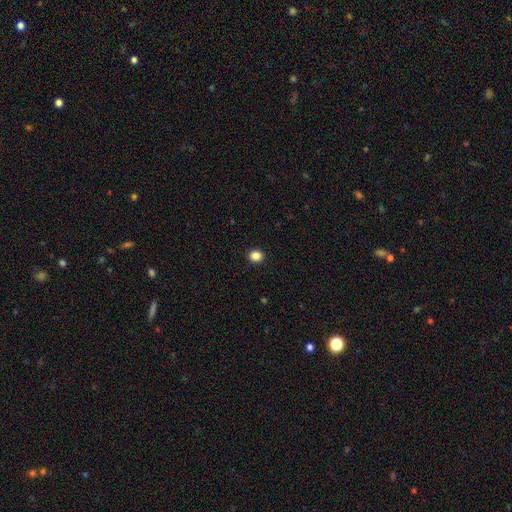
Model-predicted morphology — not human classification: Smooth or featured?
  - smooth: 86% *
  - star or artifact: 11%
  - featured or disk: 3%
How rounded?
  - round: 82% *
  - in between: 18%
  - cigar-shaped: 1%
Merging?
  - none: 93% *
  - minor disturbance: 5%
  - major disturbance: 2%
  - merger: 1%